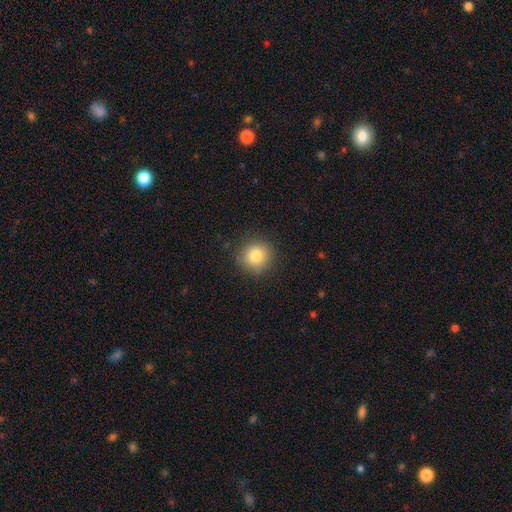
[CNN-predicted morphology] Smooth or featured? smooth (81%)
How rounded? round (90%)
Merging? none (87%)